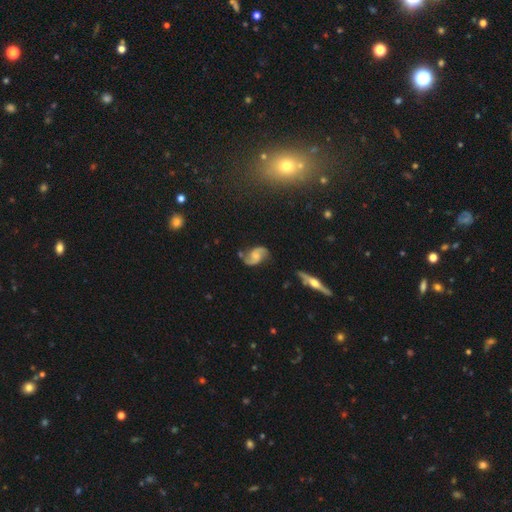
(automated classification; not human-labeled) This is clearly a featured or disk galaxy (86%). It is clearly not viewed edge-on (97%). Bar: possibly no (57%). Spiral arm pattern: clearly yes (97%). Spiral arm count: clearly 2 (93%). Spiral winding: possibly loose (46%). Central bulge: marginally moderate (38%). Merging: likely none (74%).